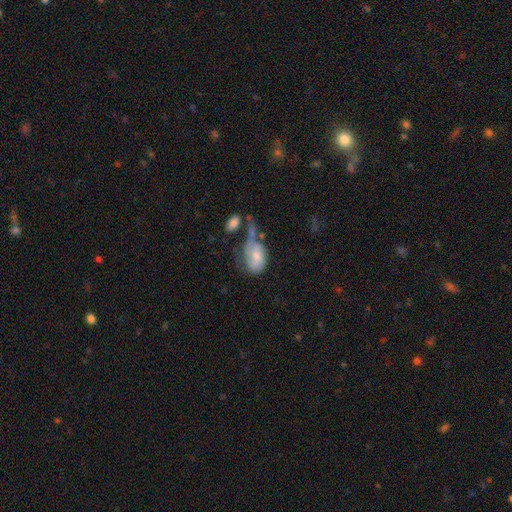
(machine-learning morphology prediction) Smooth or featured? Predicted: smooth (p=0.63). How rounded? Predicted: in between (p=0.89). Merging? Predicted: major disturbance (p=0.28).